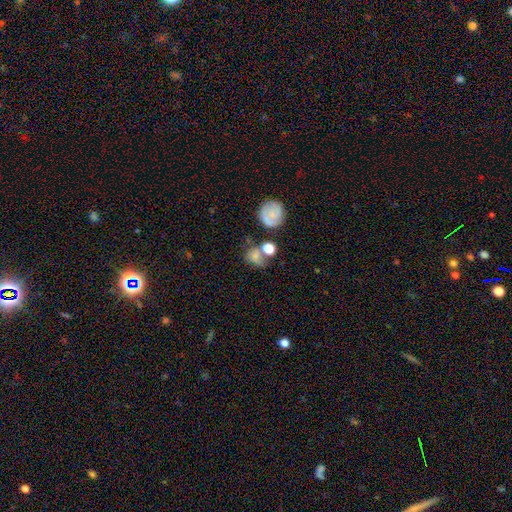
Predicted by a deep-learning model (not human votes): This appears to be a smooth galaxy with no disk features (67%) that is round (67%). Merging: none (46%).